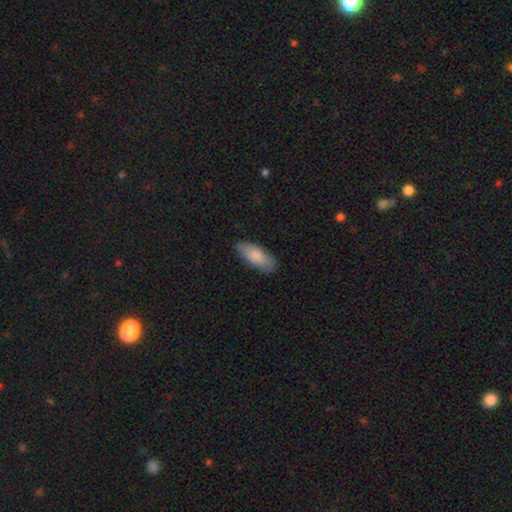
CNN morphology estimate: Overall: smooth (83%). How rounded: in between (77%). Merging: none (80%).